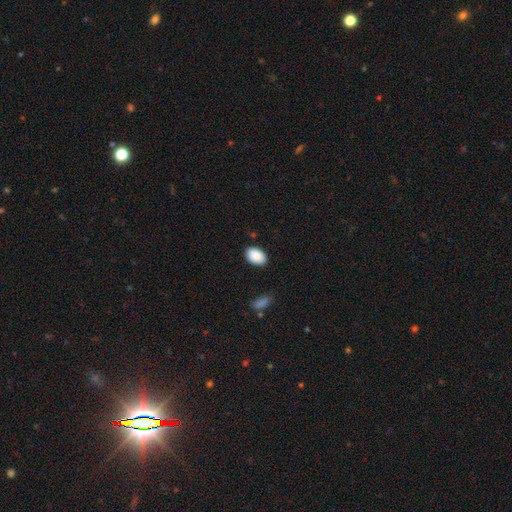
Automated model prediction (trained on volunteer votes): Overall: smooth (89%). How rounded: in between (90%). Merging: none (84%).